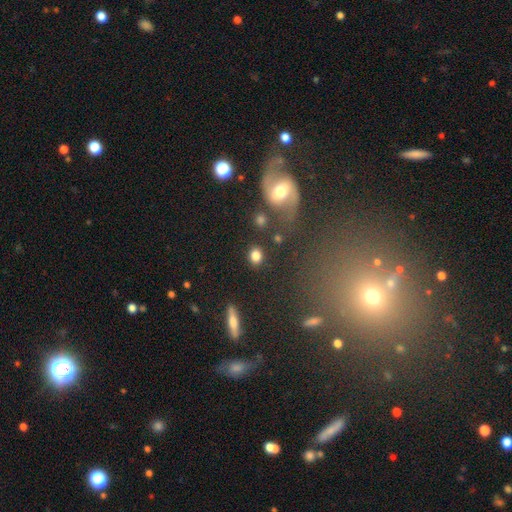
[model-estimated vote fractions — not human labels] A smooth galaxy with no disk features (81%) that is round (63%). Merging: none (82%).